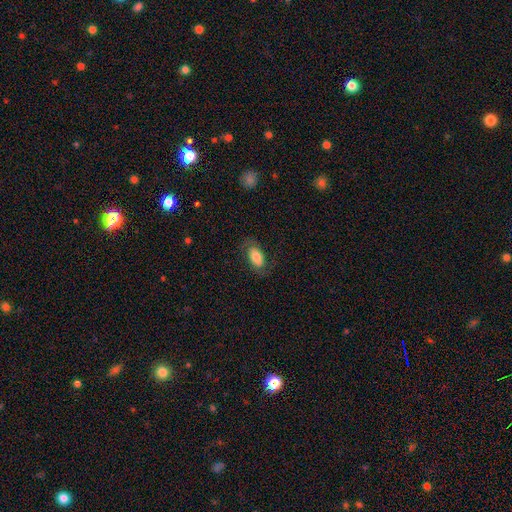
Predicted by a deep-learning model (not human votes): Smooth or featured? smooth (61%)
How rounded? in between (91%)
Merging? none (71%)